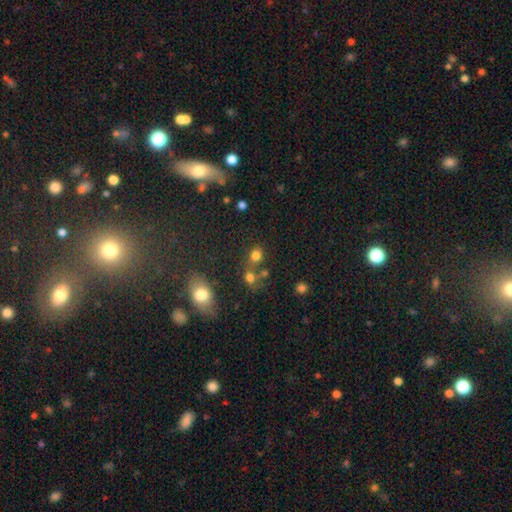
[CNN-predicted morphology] This is likely a smooth galaxy (75%). How rounded: likely round (70%). Merging: possibly none (56%).